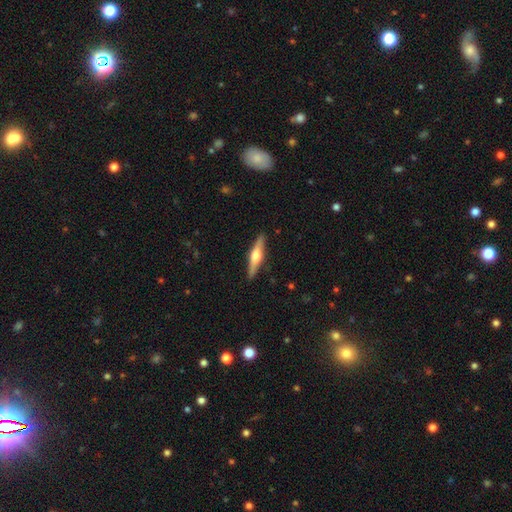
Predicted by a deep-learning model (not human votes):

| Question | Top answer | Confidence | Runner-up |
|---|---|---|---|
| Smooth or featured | featured or disk | 67% | smooth (27%) |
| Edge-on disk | yes | 97% | no (3%) |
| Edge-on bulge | rounded | 92% | boxy (6%) |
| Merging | none | 90% | minor disturbance (7%) |